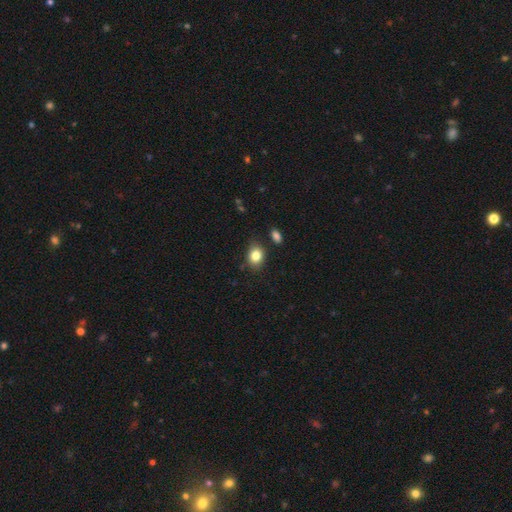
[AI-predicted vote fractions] Overall: smooth (83%). How rounded: in between (55%; round 44%). Merging: none (79%).